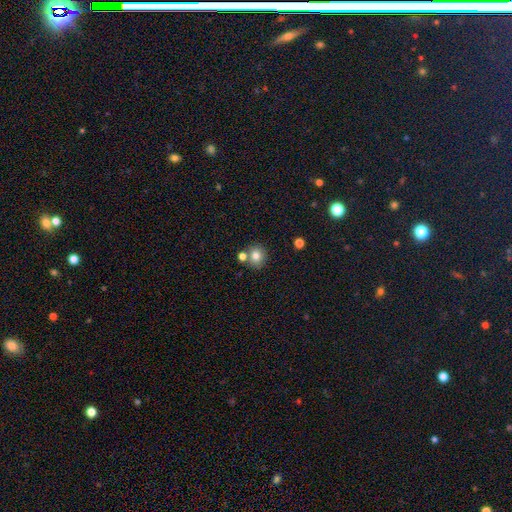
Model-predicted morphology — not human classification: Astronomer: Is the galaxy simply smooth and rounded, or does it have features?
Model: smooth — 79%.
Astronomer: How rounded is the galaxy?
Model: round — 84%.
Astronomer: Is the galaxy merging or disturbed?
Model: none — 70%.